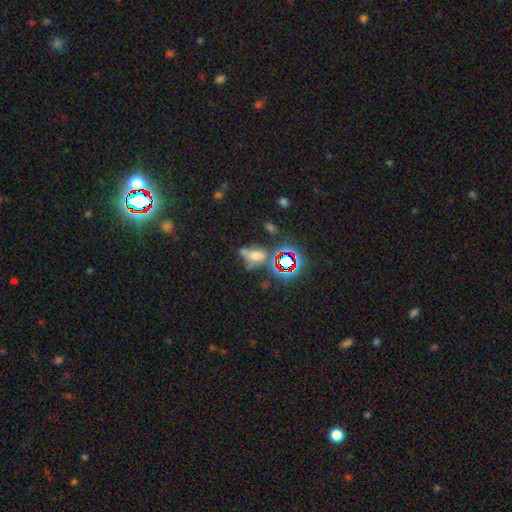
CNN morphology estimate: Smooth or featured? star or artifact (43%)